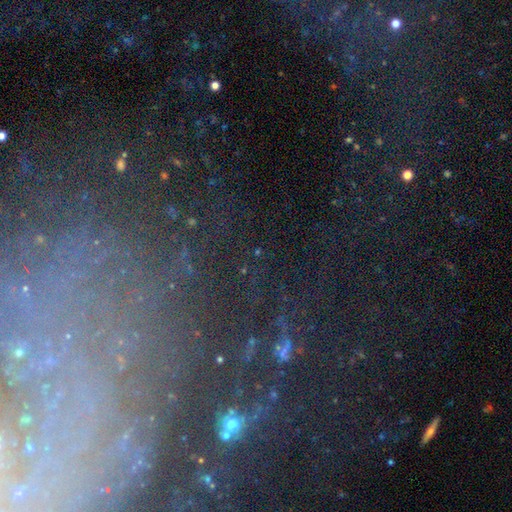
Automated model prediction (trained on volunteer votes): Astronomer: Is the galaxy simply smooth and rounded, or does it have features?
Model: star or artifact — 61%.